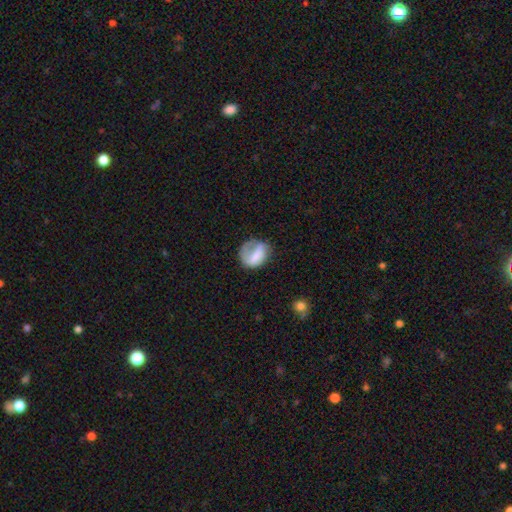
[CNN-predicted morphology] smooth 63%, featured or disk 29%, star or artifact 8%. Down the decision tree: how rounded — round (57%); merging — none (40%).